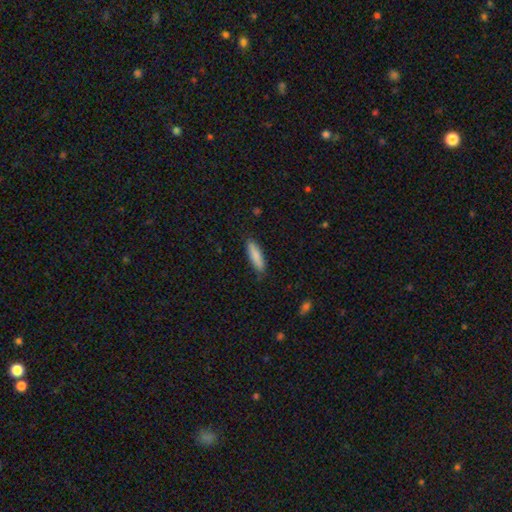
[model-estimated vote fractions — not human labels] This is clearly a smooth galaxy (86%). How rounded: likely cigar-shaped (64%). Merging: clearly none (82%).